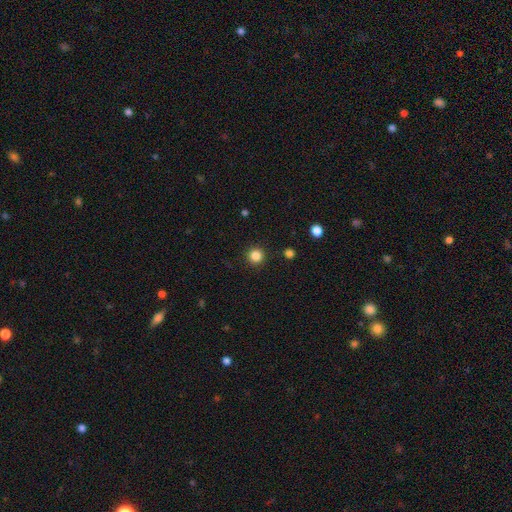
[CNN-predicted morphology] The model was most divided on "smooth or featured": smooth: 84%, star or artifact: 12%, featured or disk: 4%. More confident: how rounded — round (95%); merging — none (92%).